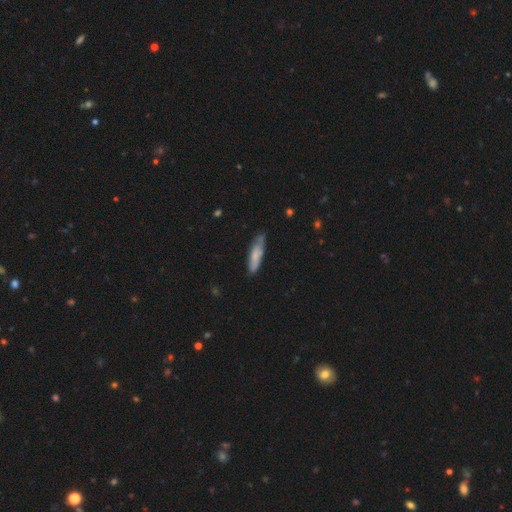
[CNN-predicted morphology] smooth-or-featured: smooth: 69% | featured or disk: 25% | star or artifact: 6%
  how-rounded: cigar-shaped: 69% | in between: 30% | round: 2%
  merging: none: 69% | minor disturbance: 24% | major disturbance: 5% | merger: 3%